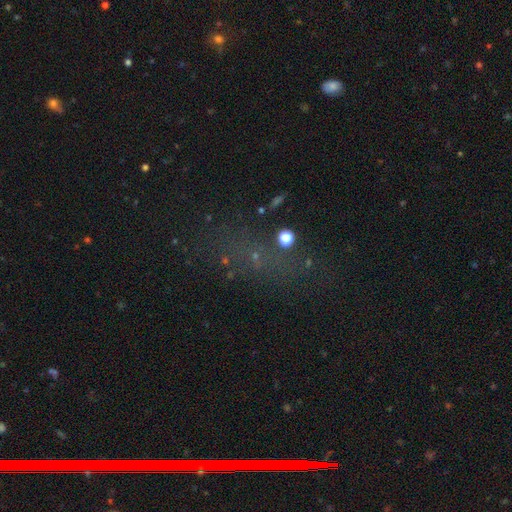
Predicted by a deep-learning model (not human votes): Smooth or featured: star or artifact — 63% (smooth — 21%)